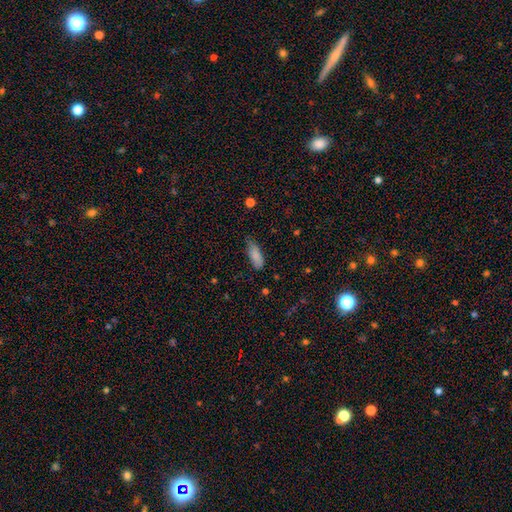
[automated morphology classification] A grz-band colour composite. It shows a smooth galaxy with no disk features (86%) that is in between round and cigar-shaped (78%). Merging: none (63%).